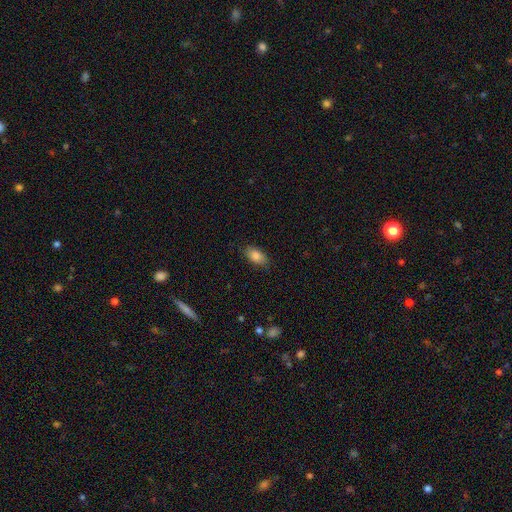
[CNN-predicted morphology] type=smooth (85%); roundness=in between (90%); merging=none (83%).